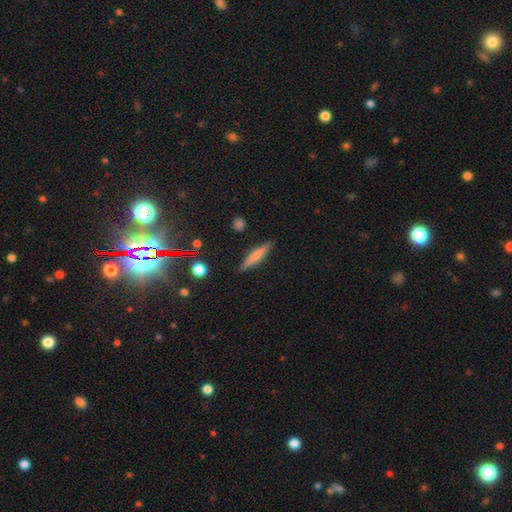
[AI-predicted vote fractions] A smooth galaxy with no disk features (53%) that is cigar-shaped (87%). Merging: none (88%).